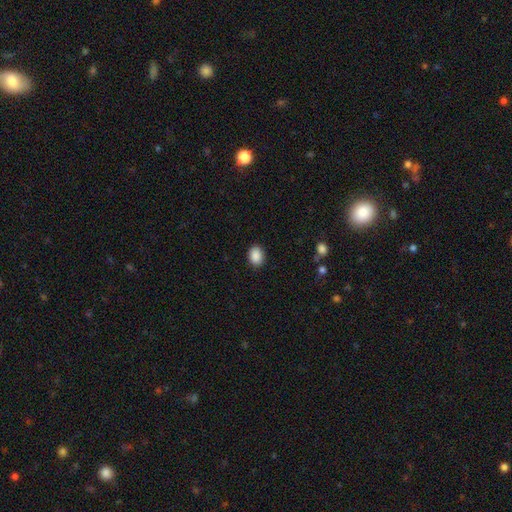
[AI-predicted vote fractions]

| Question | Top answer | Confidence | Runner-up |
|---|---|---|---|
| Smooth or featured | smooth | 90% | star or artifact (8%) |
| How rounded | in between | 70% | round (29%) |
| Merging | none | 89% | minor disturbance (8%) |